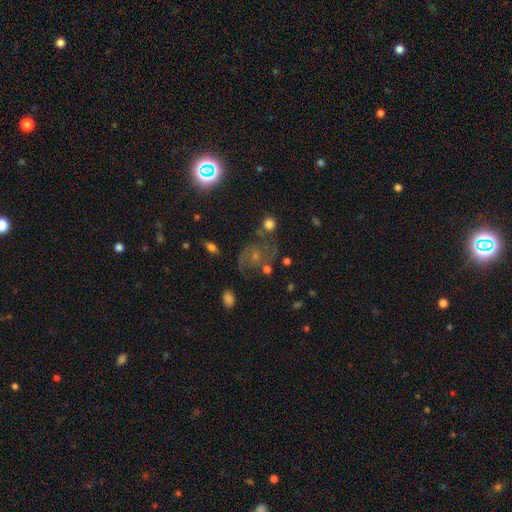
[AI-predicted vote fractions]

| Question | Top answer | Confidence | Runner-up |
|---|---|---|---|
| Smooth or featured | featured or disk | 55% | star or artifact (24%) |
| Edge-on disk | no | 97% | yes (3%) |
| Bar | no | 72% | weak (23%) |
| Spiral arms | yes | 80% | no (20%) |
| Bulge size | small | 59% | moderate (27%) |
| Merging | none | 54% | minor disturbance (19%) |